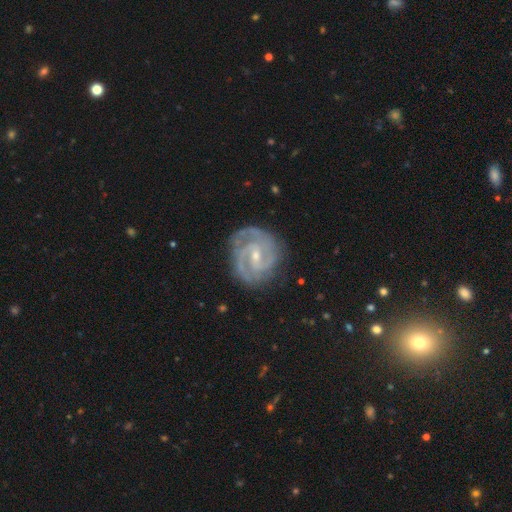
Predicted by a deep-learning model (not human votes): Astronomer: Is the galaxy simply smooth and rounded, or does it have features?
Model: featured or disk — 91%.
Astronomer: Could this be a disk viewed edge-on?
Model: no — 98%.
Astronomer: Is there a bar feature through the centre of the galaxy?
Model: weak — 53%.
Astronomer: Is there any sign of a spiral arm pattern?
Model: yes — 98%.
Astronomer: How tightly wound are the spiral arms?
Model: tight — 58% (runner-up: medium, 37%).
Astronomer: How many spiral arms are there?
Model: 2 — 59%.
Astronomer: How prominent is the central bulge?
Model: small — 65%.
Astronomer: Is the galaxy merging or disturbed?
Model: none — 78%.